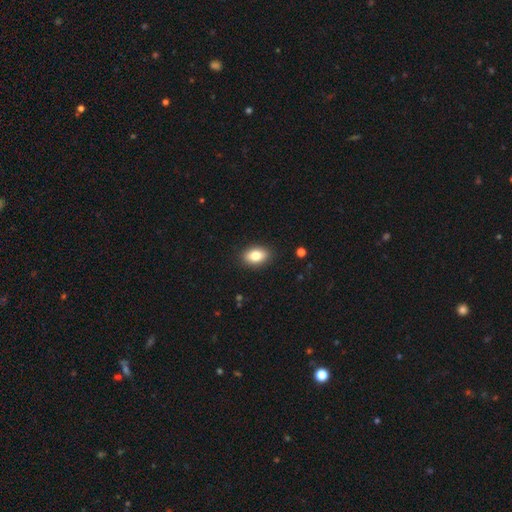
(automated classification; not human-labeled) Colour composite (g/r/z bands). It shows a smooth galaxy with no disk features (82%) that is in between round and cigar-shaped (86%). Merging: none (89%).